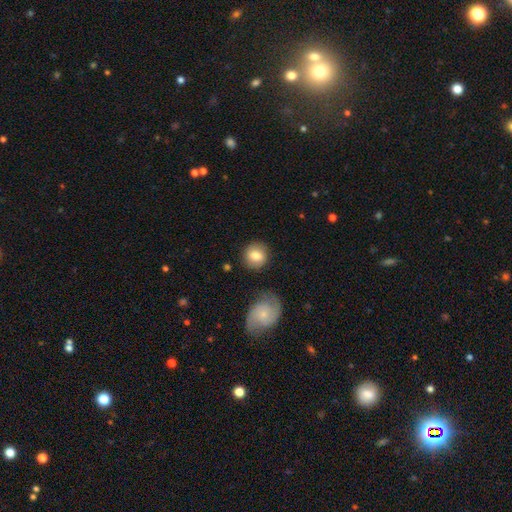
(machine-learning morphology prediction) This is likely a smooth galaxy (80%). How rounded: clearly round (85%). Merging: likely none (80%).